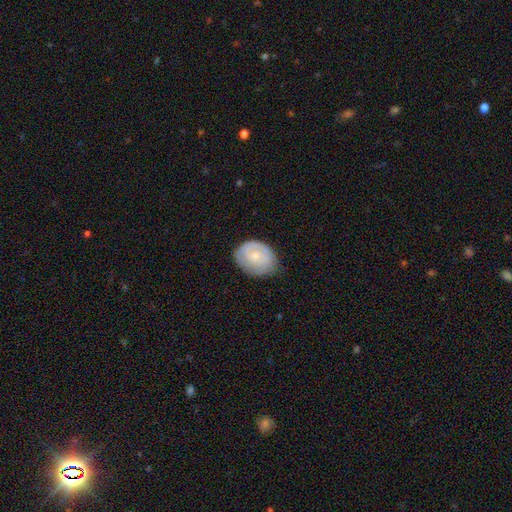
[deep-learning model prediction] smooth_or_featured: smooth (p=0.53) [alt: featured or disk p=0.41]
how_rounded: in between (p=0.58) [alt: round p=0.41]
merging: none (p=0.67) [alt: minor disturbance p=0.26]